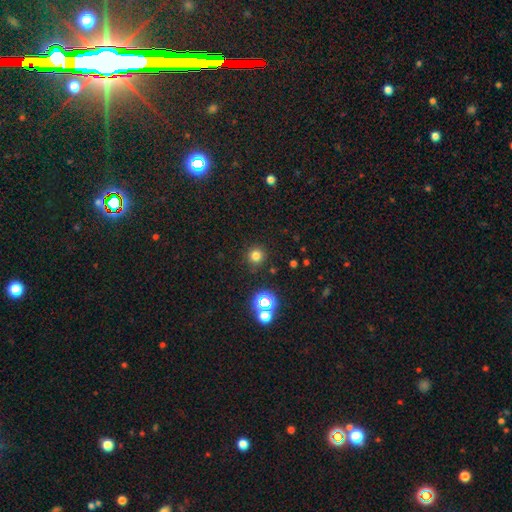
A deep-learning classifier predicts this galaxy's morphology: Smooth or featured? Predicted: smooth (p=0.75). How rounded? Predicted: round (p=0.94). Merging? Predicted: none (p=0.88).